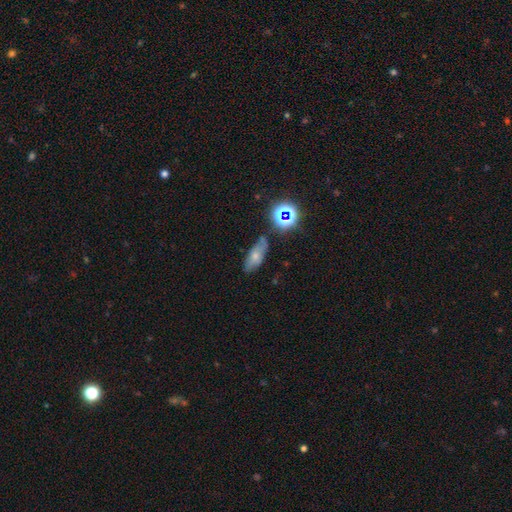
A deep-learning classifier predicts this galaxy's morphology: A smooth galaxy with no disk features (60%) that is in between round and cigar-shaped (79%). Merging: none (66%).